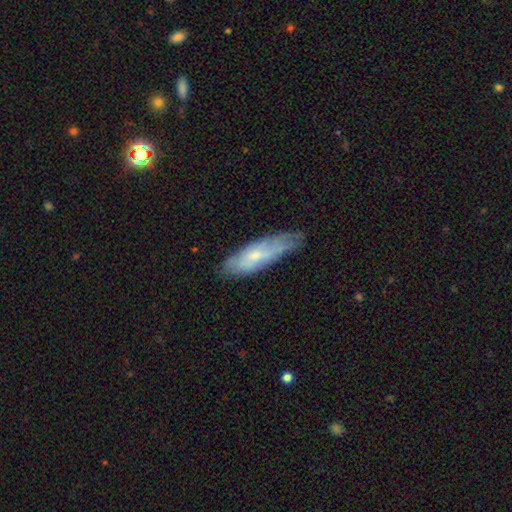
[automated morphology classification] The model was most divided on "smooth or featured": smooth: 51%, featured or disk: 42%, star or artifact: 7%. More confident: merging — none (61%); how rounded — cigar-shaped (55%).